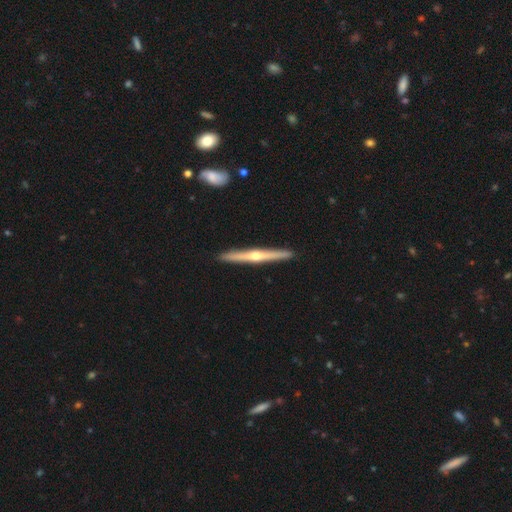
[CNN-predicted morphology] Smooth or featured? Predicted: featured or disk (p=0.73). Edge-on disk? Predicted: yes (p=0.98). Edge-on bulge? Predicted: rounded (p=0.88). Merging? Predicted: none (p=0.92).